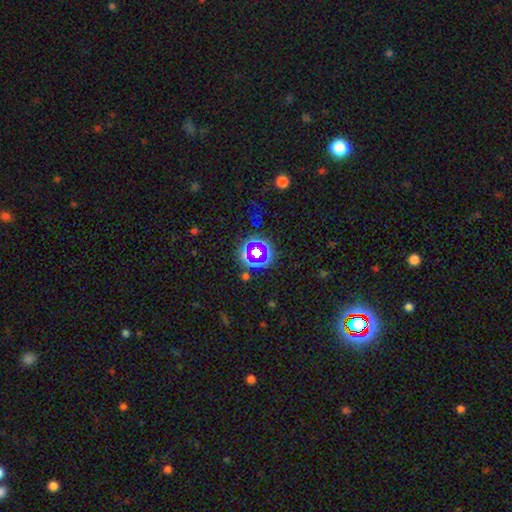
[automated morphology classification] Smooth or featured? Predicted: star or artifact (p=0.50).